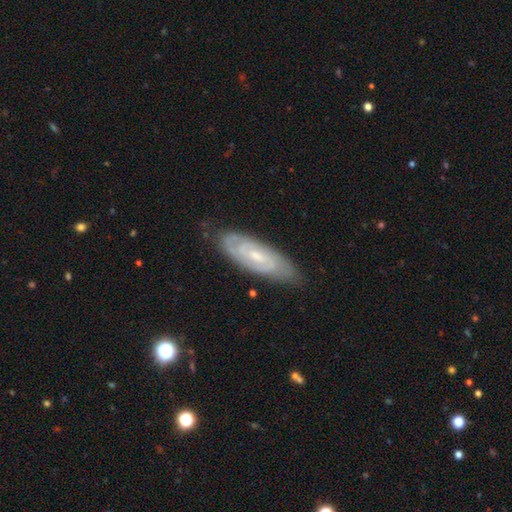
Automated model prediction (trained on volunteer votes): A featured or disk galaxy (78%) with no bar (47%), 2 (49%) tight (67%) spiral arms (93%) and a small central bulge (63%).

Vote fractions:
- Smooth or featured? featured or disk: 78% / smooth: 16% / star or artifact: 6%
- Edge-on disk? no: 88% / yes: 12%
- Bar? no: 47% / weak: 43% / strong: 10%
- Spiral arms? yes: 93% / no: 7%
- Spiral winding? tight: 67% / medium: 27% / loose: 6%
- Spiral arm count? 2: 49% / can't tell: 33% / 3: 9% / 4: 3% / 1: 3% / more than 4: 2%
- Bulge size? small: 63% / moderate: 31% / none: 4% / large: 1% / dominant: 1%
- Merging? none: 78% / minor disturbance: 17% / major disturbance: 4% / merger: 1%